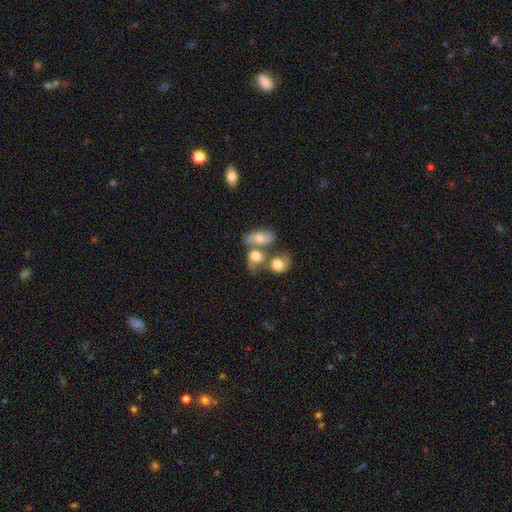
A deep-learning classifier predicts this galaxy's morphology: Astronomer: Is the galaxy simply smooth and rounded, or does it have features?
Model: smooth — 66%.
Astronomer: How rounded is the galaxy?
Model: in between — 63%.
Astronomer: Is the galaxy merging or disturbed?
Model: merger — 56%.